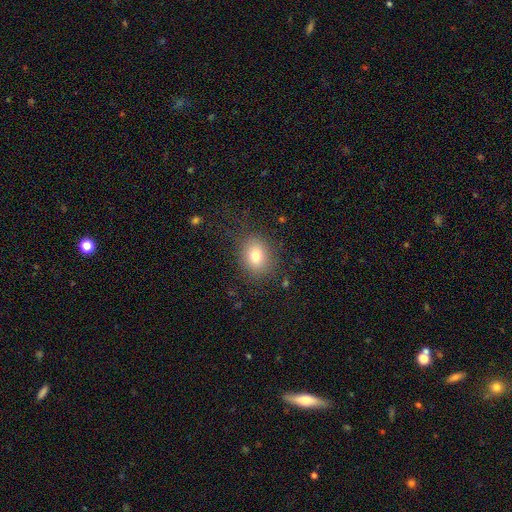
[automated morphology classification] smooth_or_featured: smooth (p=0.76) [alt: featured or disk p=0.12]
how_rounded: round (p=0.53) [alt: in between p=0.46]
merging: none (p=0.80) [alt: minor disturbance p=0.12]